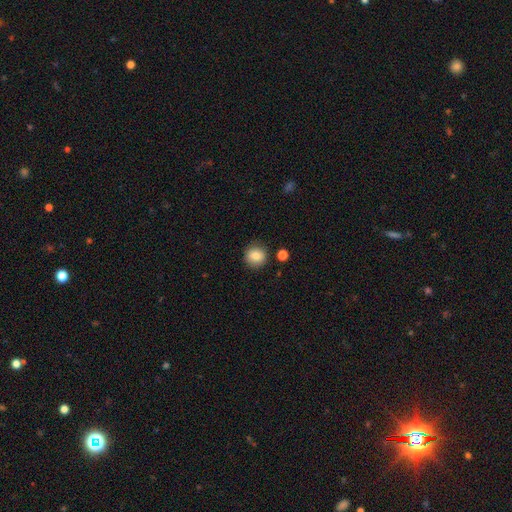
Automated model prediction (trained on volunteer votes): A smooth galaxy with no disk features (84%) that is round (92%).

Vote fractions:
- Smooth or featured? smooth: 84% / star or artifact: 9% / featured or disk: 7%
- How rounded? round: 92% / in between: 7% / cigar-shaped: 1%
- Merging? none: 87% / minor disturbance: 8% / merger: 3% / major disturbance: 2%